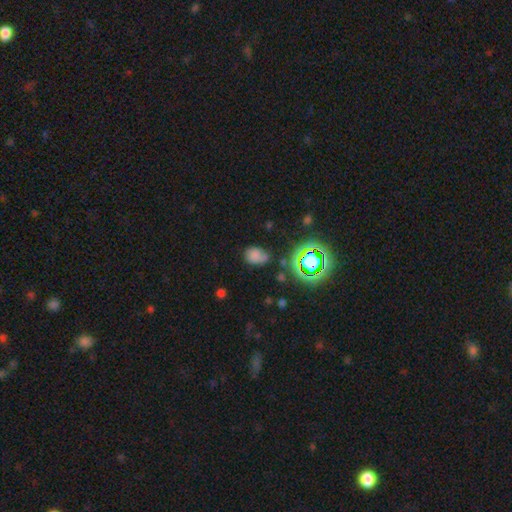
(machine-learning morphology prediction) Overall: smooth (65%). How rounded: in between (66%; round 33%). Merging: none (53%; minor disturbance 28%).